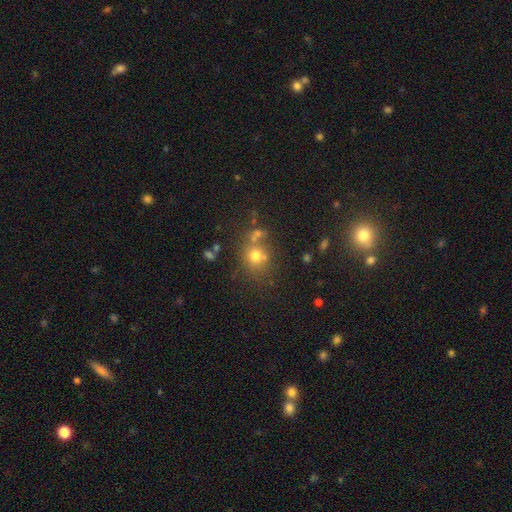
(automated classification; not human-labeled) Overall: smooth (69%). How rounded: round (80%). Merging: none (61%).